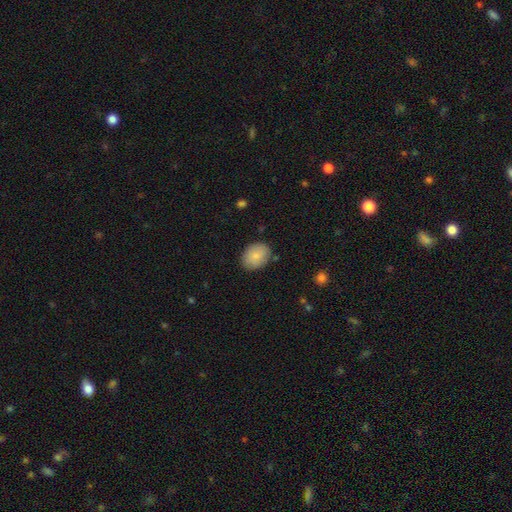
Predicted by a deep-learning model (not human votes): This is clearly a smooth galaxy (85%). How rounded: likely in between (65%). Merging: clearly none (83%).